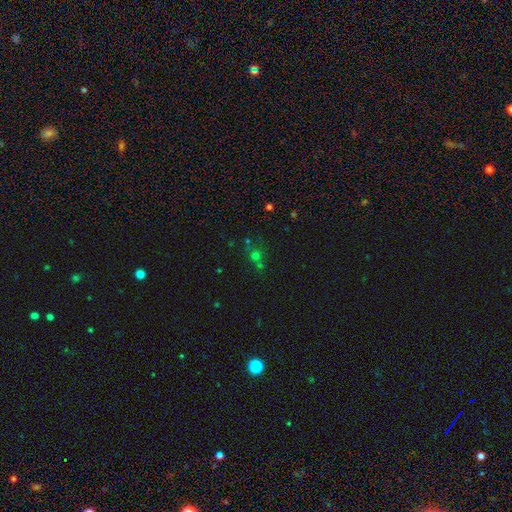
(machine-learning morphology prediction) Q: Smooth or featured?
A: smooth (52%); runner-up: star or artifact (37%)
Q: How rounded?
A: round (88%); runner-up: in between (11%)
Q: Merging?
A: none (59%); runner-up: merger (27%)